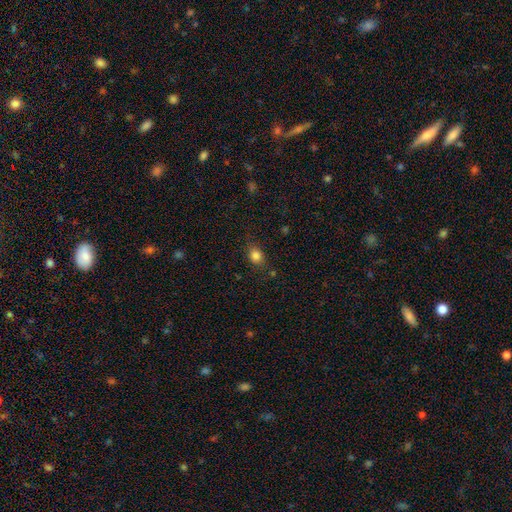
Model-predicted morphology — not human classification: Smooth or featured? Predicted: smooth (p=0.82). How rounded? Predicted: in between (p=0.50). Merging? Predicted: none (p=0.76).